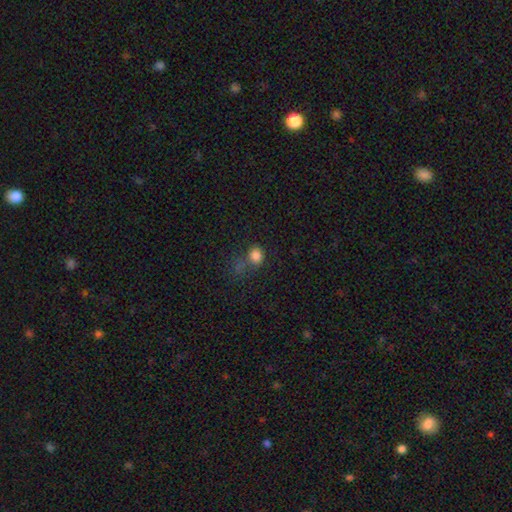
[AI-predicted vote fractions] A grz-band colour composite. It shows a smooth galaxy with no disk features (80%) that is round (70%). Merging: none (51%).